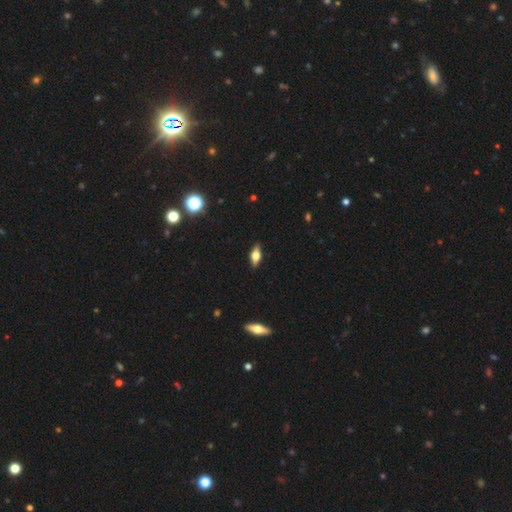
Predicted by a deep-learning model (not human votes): A featured or disk galaxy (46%). Merging: none (88%).